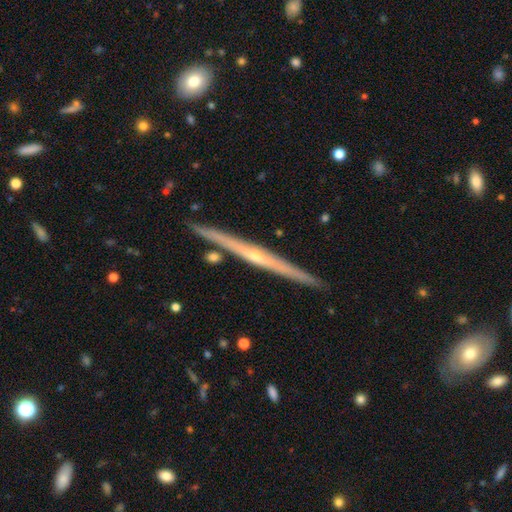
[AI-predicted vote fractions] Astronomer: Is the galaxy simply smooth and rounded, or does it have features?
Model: featured or disk — 82%.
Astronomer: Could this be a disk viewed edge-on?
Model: yes — 98%.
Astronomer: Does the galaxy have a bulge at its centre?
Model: rounded — 65%.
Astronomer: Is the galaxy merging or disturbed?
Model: none — 90%.